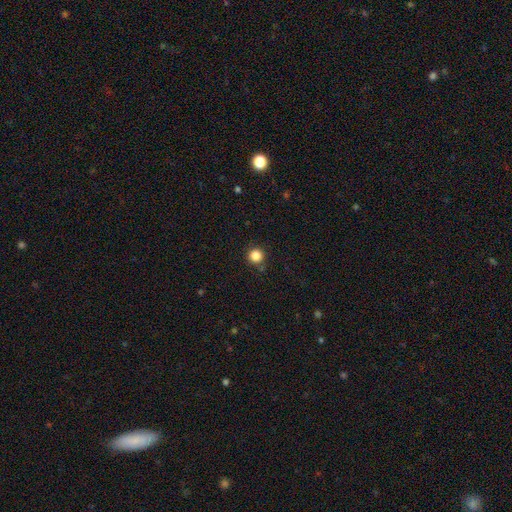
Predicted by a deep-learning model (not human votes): smooth 85%, star or artifact 12%, featured or disk 3%. Down the decision tree: how rounded — round (95%); merging — none (87%).